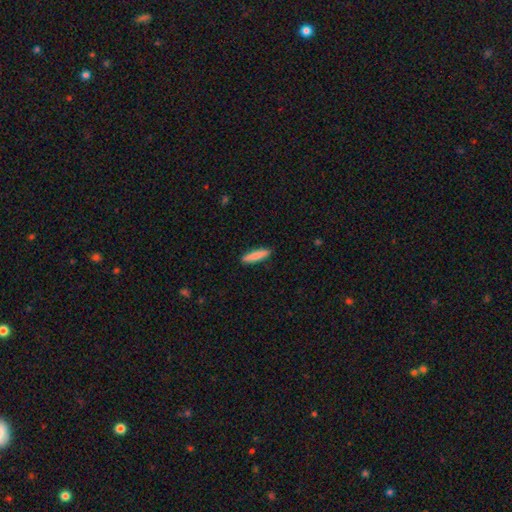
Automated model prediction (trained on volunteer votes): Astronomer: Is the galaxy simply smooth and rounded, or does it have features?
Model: smooth — 83%.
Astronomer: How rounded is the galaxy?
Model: cigar-shaped — 81%.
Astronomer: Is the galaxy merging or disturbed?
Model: none — 90%.